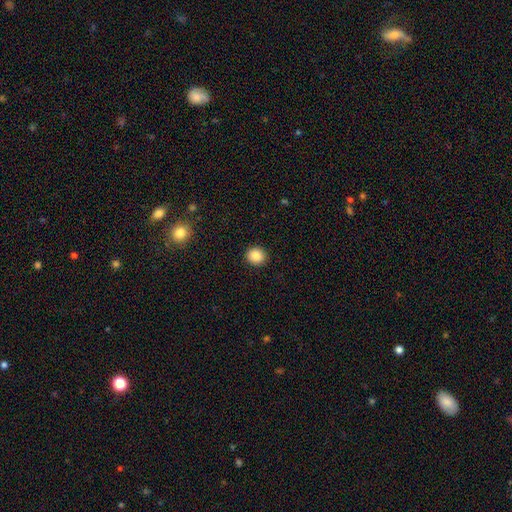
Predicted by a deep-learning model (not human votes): Smooth or featured? Predicted: smooth (p=0.87). How rounded? Predicted: round (p=0.82). Merging? Predicted: none (p=0.92).